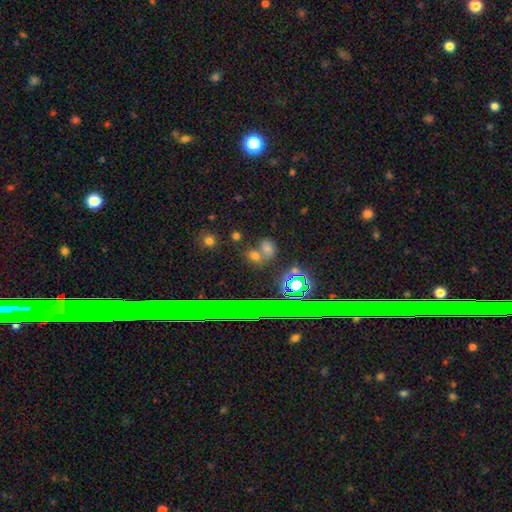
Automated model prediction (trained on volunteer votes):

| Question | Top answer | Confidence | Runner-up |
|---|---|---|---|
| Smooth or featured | smooth | 49% | star or artifact (36%) |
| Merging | none | 66% | merger (16%) |